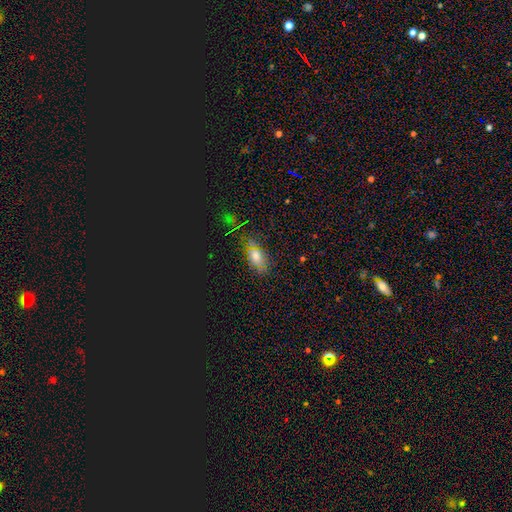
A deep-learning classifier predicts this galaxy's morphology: smooth_or_featured: smooth (p=0.57) [alt: star or artifact p=0.29]
how_rounded: in between (p=0.79) [alt: round p=0.12]
merging: none (p=0.73) [alt: minor disturbance p=0.17]